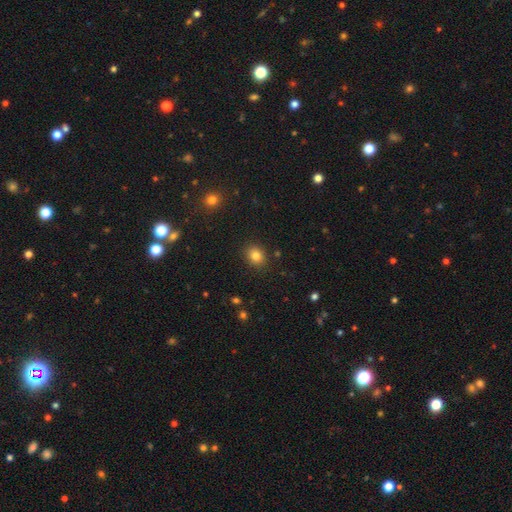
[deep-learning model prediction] This is clearly a smooth galaxy (83%). How rounded: likely round (65%). Merging: clearly none (89%).